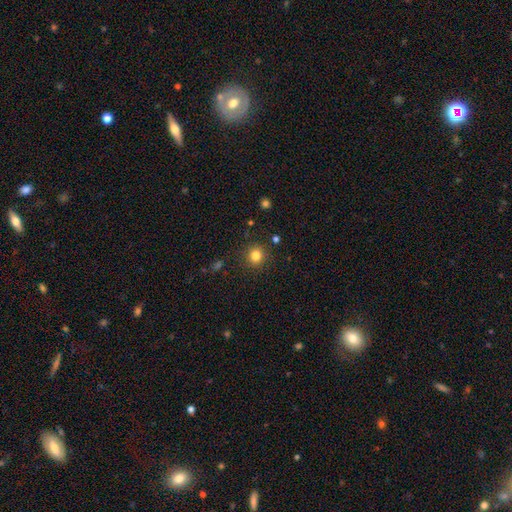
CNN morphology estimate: Smooth or featured? smooth (81%)
How rounded? round (88%)
Merging? none (89%)